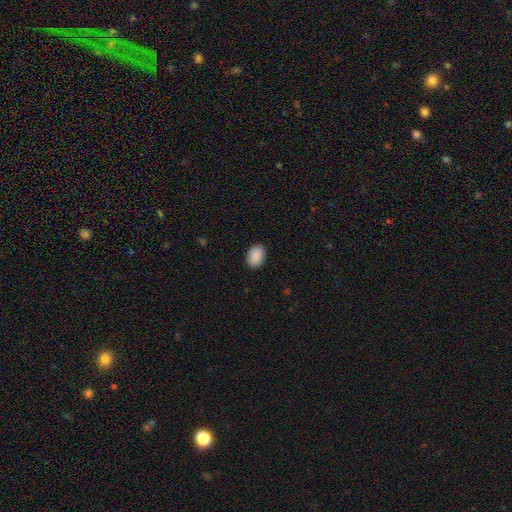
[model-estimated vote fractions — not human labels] This is clearly a smooth galaxy (91%). How rounded: likely in between (75%). Merging: clearly none (90%).